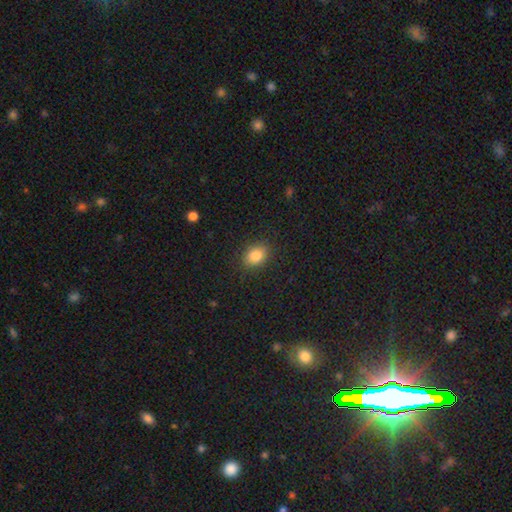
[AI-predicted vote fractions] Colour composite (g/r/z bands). It shows a smooth galaxy with no disk features (83%) that is in between round and cigar-shaped (69%). Merging: none (87%).